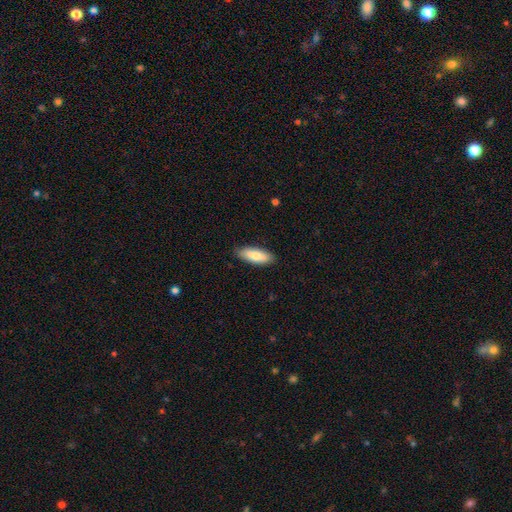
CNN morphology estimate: A smooth galaxy with no disk features (80%) that is in between round and cigar-shaped (65%). Merging: none (88%).